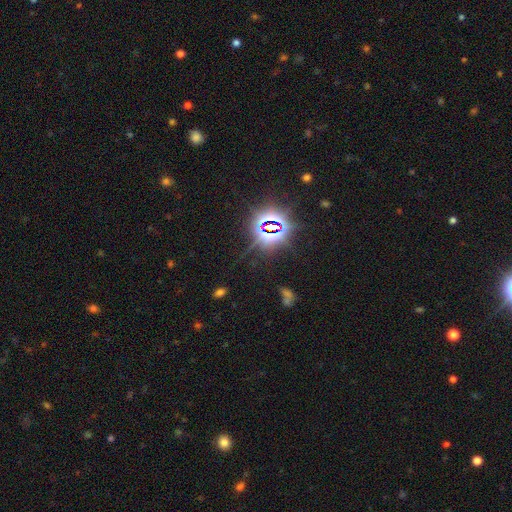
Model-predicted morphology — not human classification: The model was most divided on "smooth or featured": star or artifact: 79%, smooth: 14%, featured or disk: 7%.